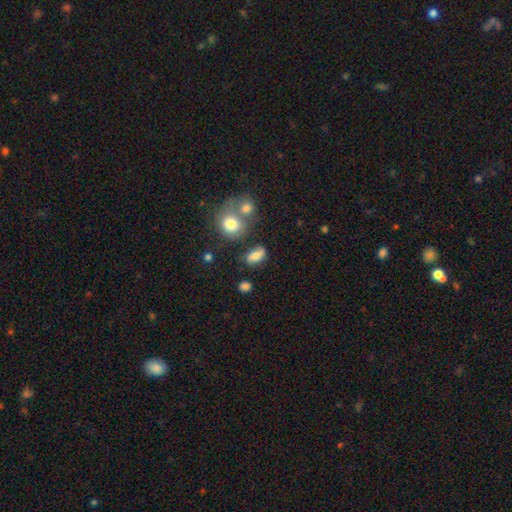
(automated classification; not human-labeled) Morphology: type=smooth (72%); roundness=in between (80%); merging=none (63%).